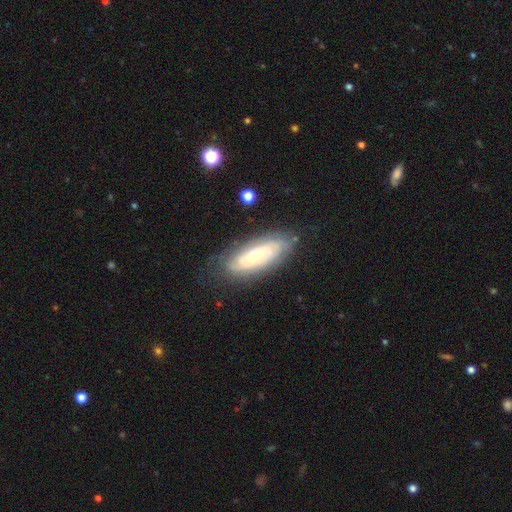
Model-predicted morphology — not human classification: This is likely a featured or disk galaxy (65%). It is clearly not viewed edge-on (85%). Bar: likely no (72%). Spiral arm pattern: clearly yes (83%). Central bulge: possibly small (55%). Merging: likely none (76%).